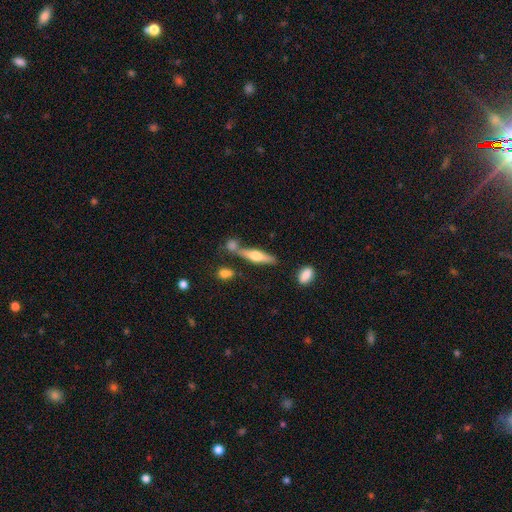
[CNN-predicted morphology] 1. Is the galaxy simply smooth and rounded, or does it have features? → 52% featured or disk, 42% smooth, 7% star or artifact.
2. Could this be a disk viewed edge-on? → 92% yes, 8% no.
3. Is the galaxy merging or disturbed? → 64% none, 18% merger, 13% minor disturbance, 4% major disturbance.